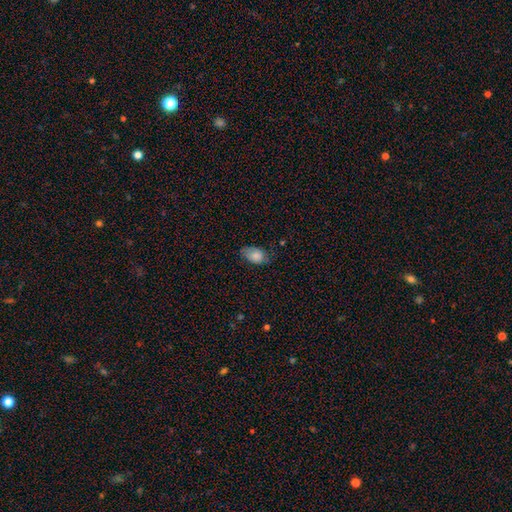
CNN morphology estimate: This appears to be a smooth galaxy with no disk features (81%) that is in between round and cigar-shaped (88%). Merging: none (61%).